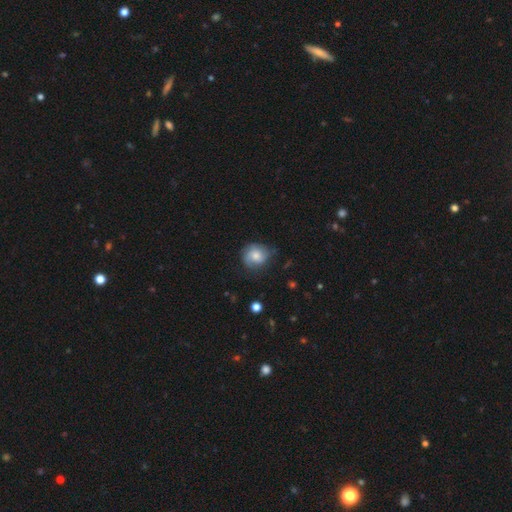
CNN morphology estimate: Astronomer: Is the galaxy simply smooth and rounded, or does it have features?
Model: smooth — 60%.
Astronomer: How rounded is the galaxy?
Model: round — 77%.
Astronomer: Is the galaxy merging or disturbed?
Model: none — 63%.